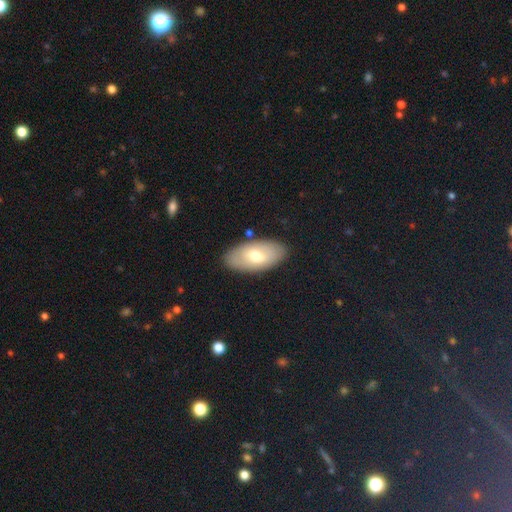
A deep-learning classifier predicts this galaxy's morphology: Overall: smooth (62%; featured or disk 32%). How rounded: in between (93%). Merging: none (85%).